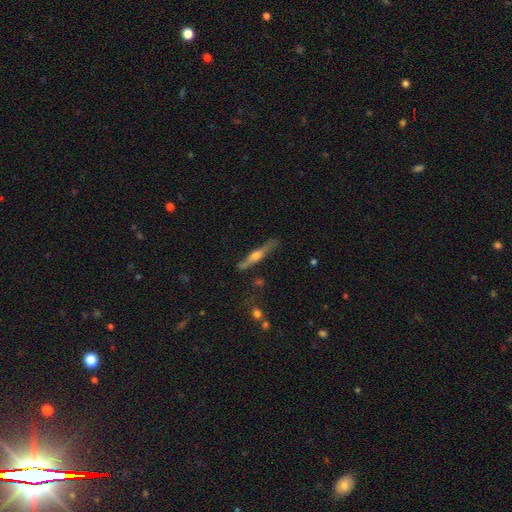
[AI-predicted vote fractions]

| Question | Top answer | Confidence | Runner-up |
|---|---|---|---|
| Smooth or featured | featured or disk | 64% | smooth (30%) |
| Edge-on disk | yes | 95% | no (5%) |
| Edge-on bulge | rounded | 88% | boxy (6%) |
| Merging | none | 78% | minor disturbance (15%) |